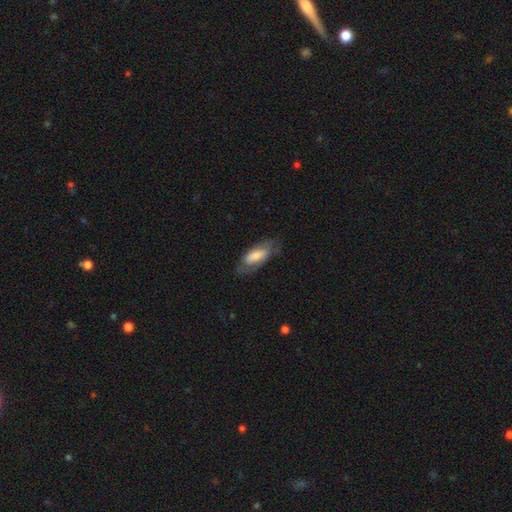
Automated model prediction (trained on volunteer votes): Overall: smooth (60%; featured or disk 34%). How rounded: in between (81%). Merging: none (63%).